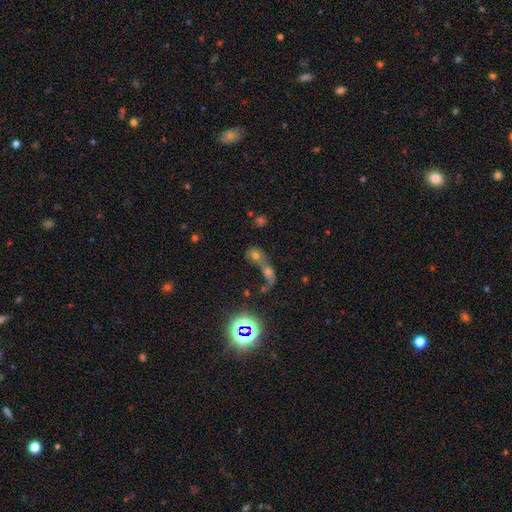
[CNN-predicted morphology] Overall: smooth (54%; star or artifact 25%). How rounded: round (55%; in between 41%). Merging: merger (70%).